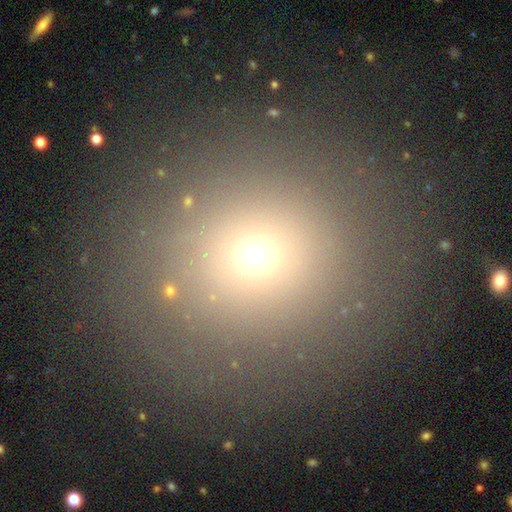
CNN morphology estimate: smooth 65%, star or artifact 25%, featured or disk 10%. Down the decision tree: how rounded — round (89%); merging — none (86%).